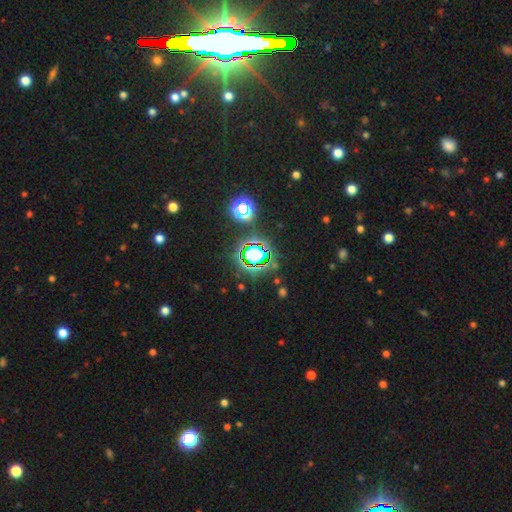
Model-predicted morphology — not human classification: The model was most divided on "smooth or featured": star or artifact: 69%, smooth: 20%, featured or disk: 11%.